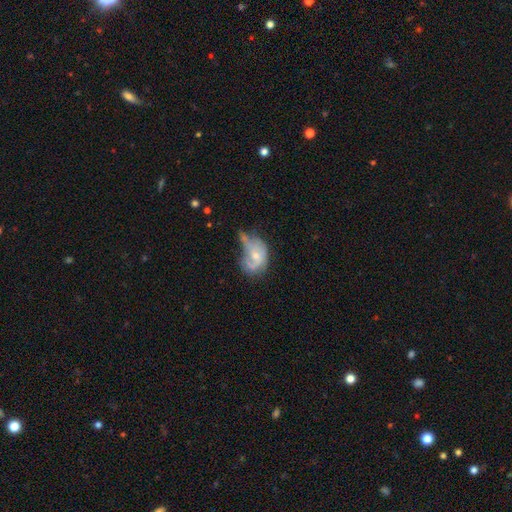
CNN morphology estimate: The model was most divided on "bulge size": small: 48%, moderate: 39%, none: 9%, large: 3%, dominant: 1%. Remaining: edge-on disk — no (97%); bar — no (73%); spiral arms — no (55%); smooth or featured — featured or disk (52%); merging — major disturbance (38%).